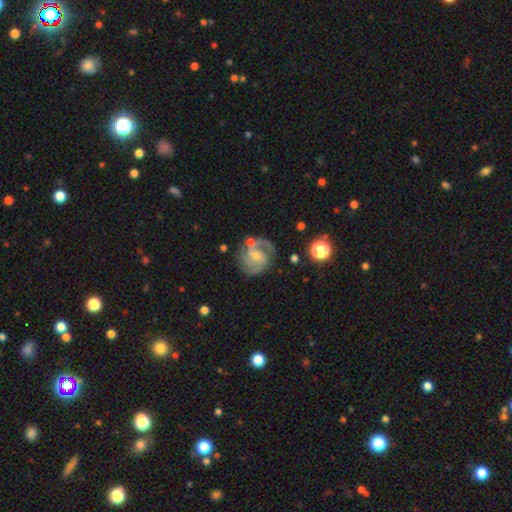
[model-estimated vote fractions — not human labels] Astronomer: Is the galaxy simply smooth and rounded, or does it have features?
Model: featured or disk — 83%.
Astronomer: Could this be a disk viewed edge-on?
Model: no — 98%.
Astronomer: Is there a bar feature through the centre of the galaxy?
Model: weak — 51% (runner-up: no, 37%).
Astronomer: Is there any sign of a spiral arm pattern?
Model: yes — 95%.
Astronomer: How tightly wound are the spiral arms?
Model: medium — 51% (runner-up: tight, 34%).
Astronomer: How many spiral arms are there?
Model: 2 — 59%.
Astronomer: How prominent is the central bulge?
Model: small — 55% (runner-up: moderate, 37%).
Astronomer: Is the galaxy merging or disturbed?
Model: none — 63%.